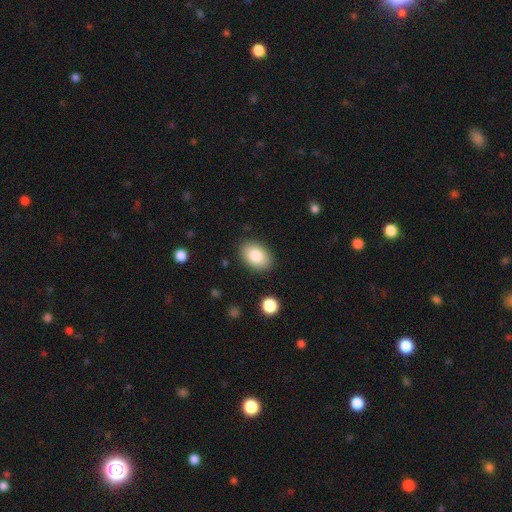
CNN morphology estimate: smooth_or_featured: smooth (p=0.83) [alt: featured or disk p=0.09]
how_rounded: in between (p=0.83) [alt: round p=0.15]
merging: none (p=0.88) [alt: minor disturbance p=0.09]